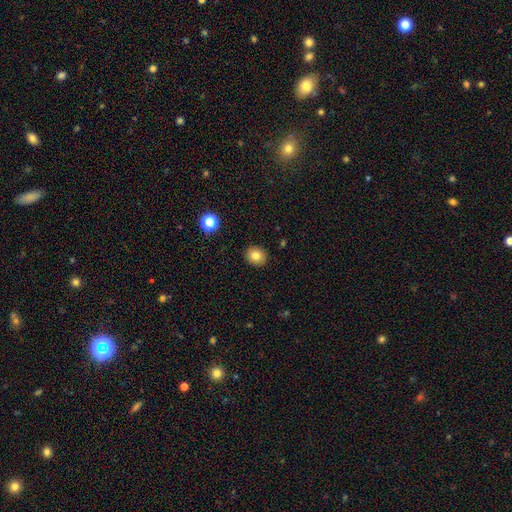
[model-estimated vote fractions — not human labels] Smooth or featured?
  - smooth: 81% *
  - star or artifact: 11%
  - featured or disk: 8%
How rounded?
  - round: 76% *
  - in between: 24%
  - cigar-shaped: 1%
Merging?
  - none: 91% *
  - minor disturbance: 7%
  - major disturbance: 2%
  - merger: 1%